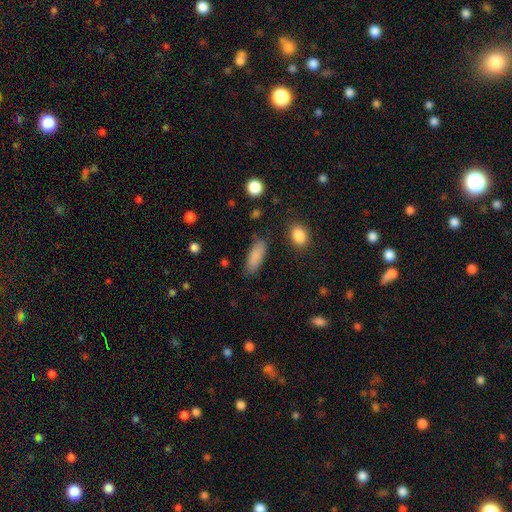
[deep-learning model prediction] Smooth or featured?
  - smooth: 86% *
  - featured or disk: 7%
  - star or artifact: 7%
How rounded?
  - in between: 75% *
  - cigar-shaped: 23%
  - round: 2%
Merging?
  - none: 82% *
  - minor disturbance: 13%
  - major disturbance: 3%
  - merger: 2%